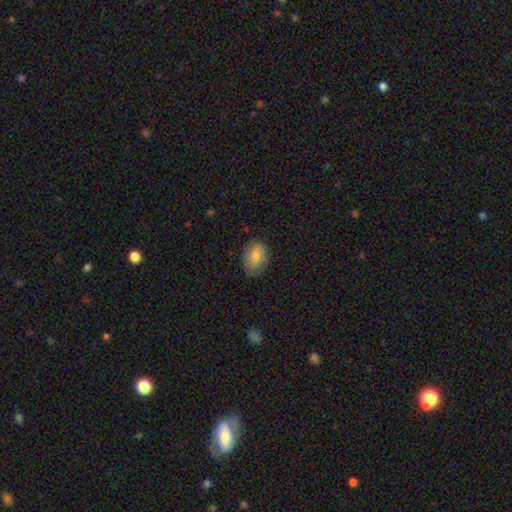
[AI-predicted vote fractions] Smooth or featured? smooth (81%)
How rounded? in between (85%)
Merging? none (76%)